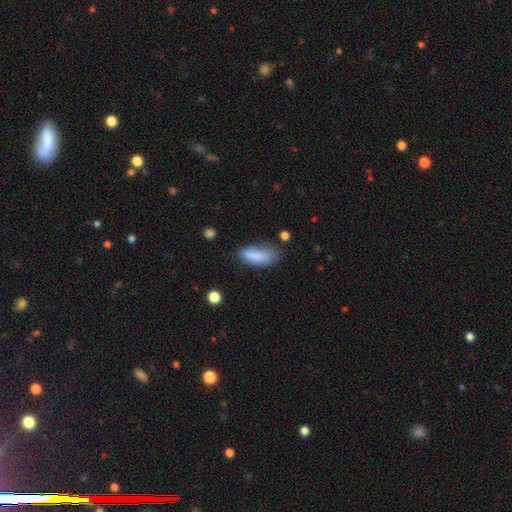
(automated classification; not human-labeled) smooth_or_featured: smooth (p=0.84) [alt: featured or disk p=0.08]
how_rounded: in between (p=0.75) [alt: cigar-shaped p=0.23]
merging: none (p=0.56) [alt: minor disturbance p=0.30]